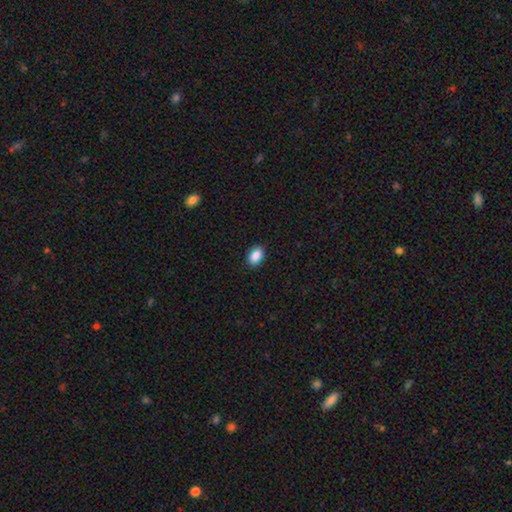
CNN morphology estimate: A smooth galaxy with no disk features (90%) that is in between round and cigar-shaped (88%).

Vote fractions:
- Smooth or featured? smooth: 90% / star or artifact: 8% / featured or disk: 3%
- How rounded? in between: 88% / round: 10% / cigar-shaped: 1%
- Merging? none: 90% / minor disturbance: 8% / major disturbance: 2% / merger: 1%